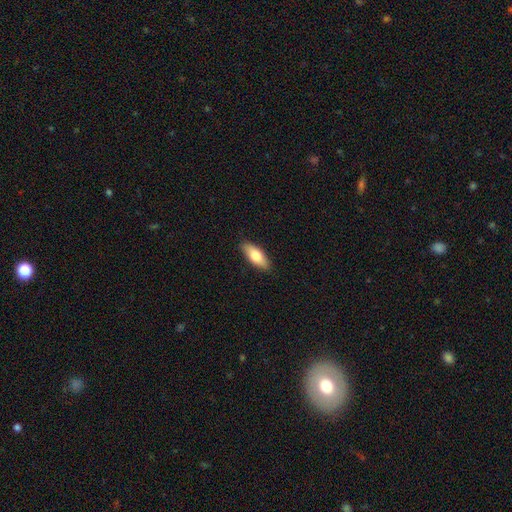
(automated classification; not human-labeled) This appears to be a smooth galaxy with no disk features (75%) that is in between round and cigar-shaped (77%). Merging: none (89%).